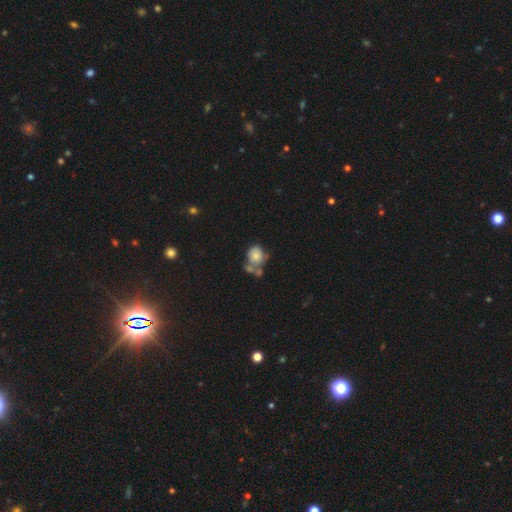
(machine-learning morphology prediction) Smooth or featured: smooth — 74% (featured or disk — 16%)
How rounded: round — 69% (in between — 30%)
Merging: merger — 39% (none — 34%)